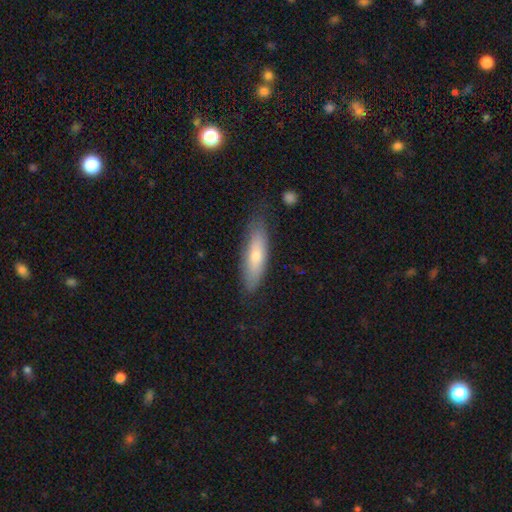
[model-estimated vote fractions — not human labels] Overall: smooth (64%; featured or disk 30%). How rounded: cigar-shaped (55%; in between 43%). Merging: none (75%).